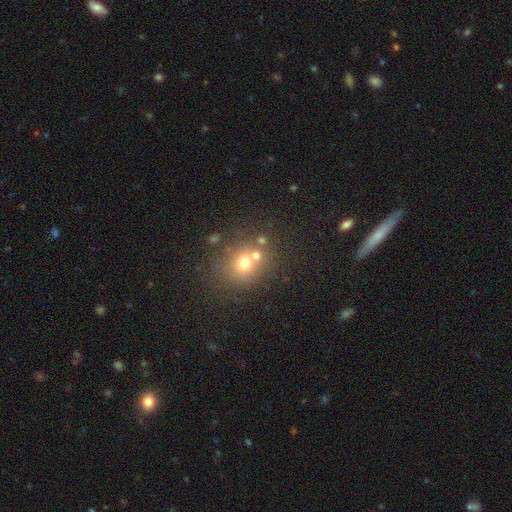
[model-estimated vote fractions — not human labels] smooth_or_featured: smooth (p=0.64) [alt: star or artifact p=0.18]
how_rounded: round (p=0.78) [alt: in between p=0.21]
merging: none (p=0.51) [alt: merger p=0.34]